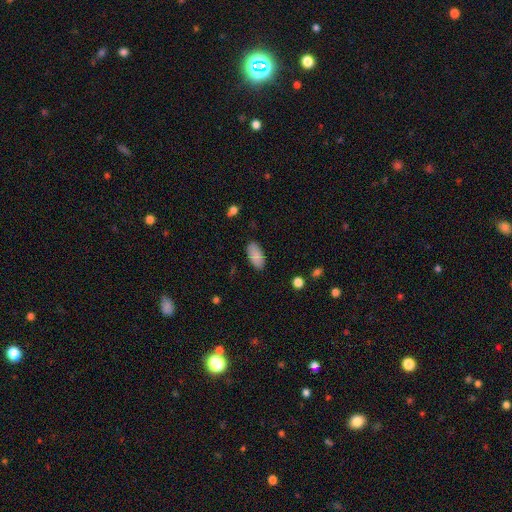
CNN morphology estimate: This appears to be a smooth galaxy with no disk features (88%) that is in between round and cigar-shaped (93%). Merging: none (86%).